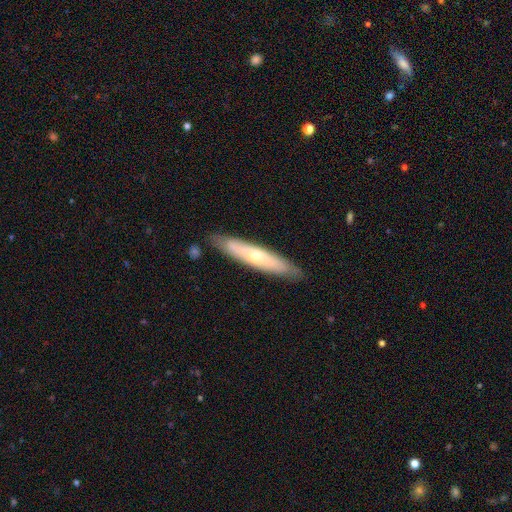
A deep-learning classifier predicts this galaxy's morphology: Smooth or featured? Predicted: featured or disk (p=0.49). Merging? Predicted: none (p=0.84).